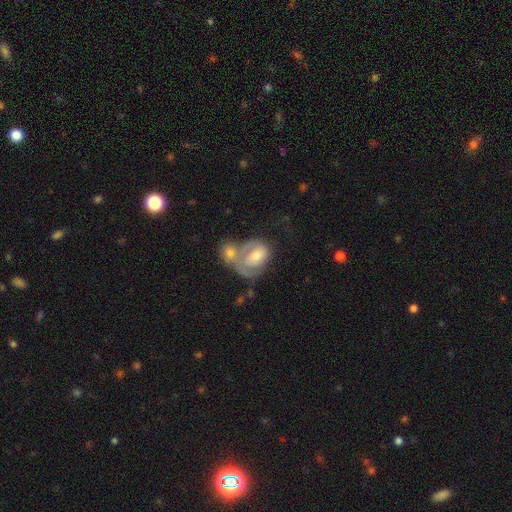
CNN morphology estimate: This is possibly a featured or disk galaxy (51%). It is clearly not viewed edge-on (96%). Merging: likely merger (60%).